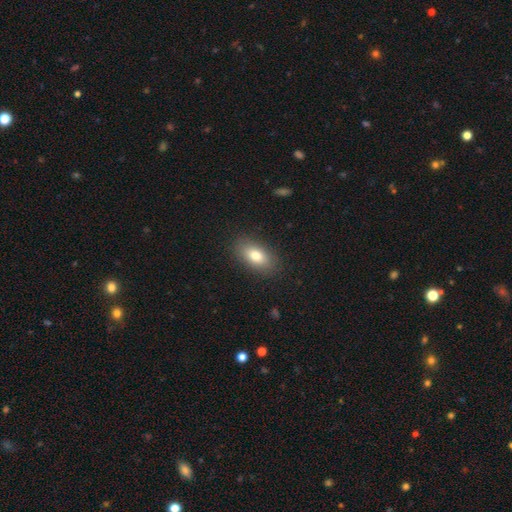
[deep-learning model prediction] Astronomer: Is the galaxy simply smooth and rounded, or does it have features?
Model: smooth — 79%.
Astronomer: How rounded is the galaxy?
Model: in between — 89%.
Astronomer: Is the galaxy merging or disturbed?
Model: none — 87%.